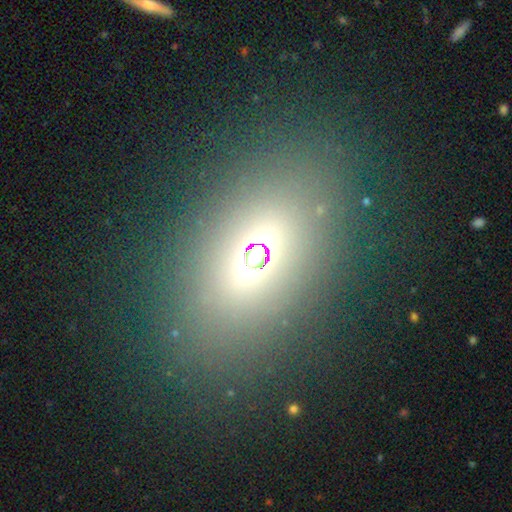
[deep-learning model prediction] Morphology: type=smooth (42%, tied with star or artifact); merging=none (81%).